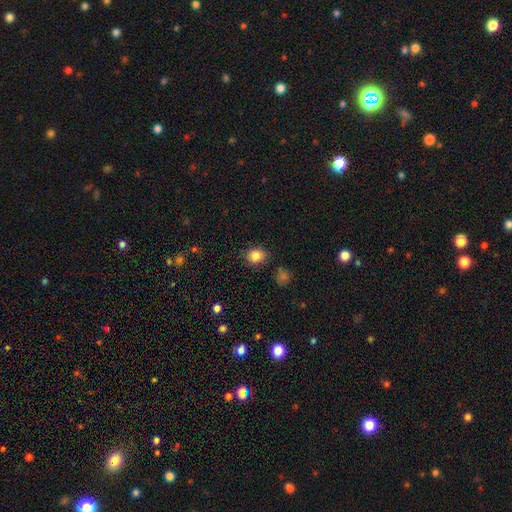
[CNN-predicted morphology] This is clearly a smooth galaxy (85%). How rounded: likely round (63%). Merging: clearly none (81%).